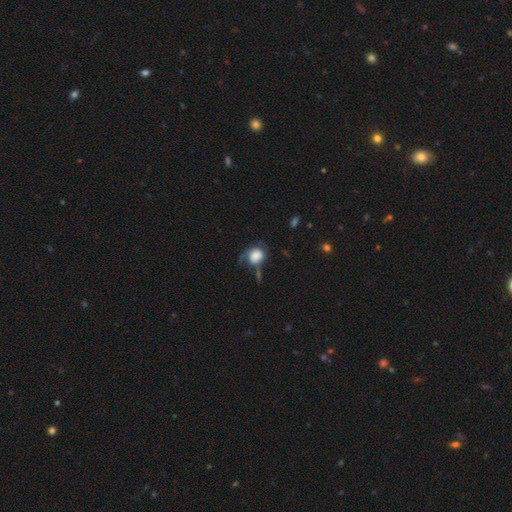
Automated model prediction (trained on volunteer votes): Smooth or featured?
  - smooth: 67% *
  - featured or disk: 24%
  - star or artifact: 9%
How rounded?
  - round: 65% *
  - in between: 34%
  - cigar-shaped: 1%
Merging?
  - major disturbance: 33% *
  - none: 32%
  - minor disturbance: 26%
  - merger: 9%